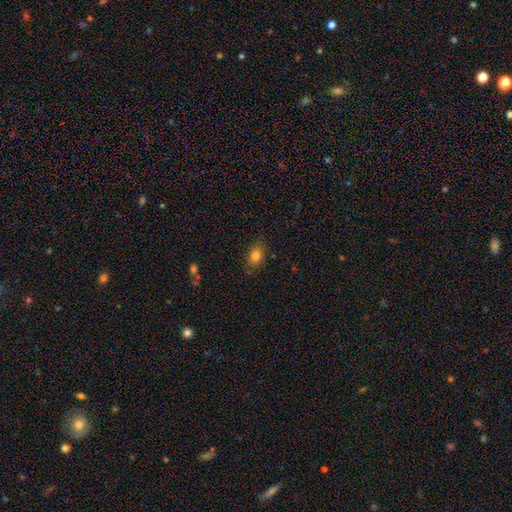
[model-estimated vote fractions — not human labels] smooth_or_featured: smooth (p=0.81) [alt: star or artifact p=0.10]
how_rounded: in between (p=0.72) [alt: round p=0.26]
merging: none (p=0.80) [alt: minor disturbance p=0.15]